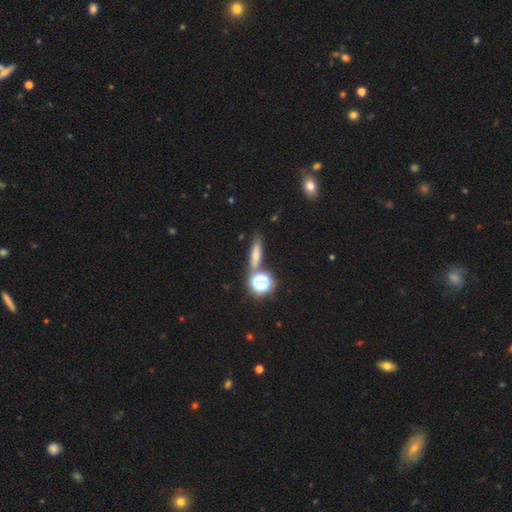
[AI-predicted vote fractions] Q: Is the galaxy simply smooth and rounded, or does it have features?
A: smooth — 64%.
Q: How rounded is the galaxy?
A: cigar-shaped — 57%.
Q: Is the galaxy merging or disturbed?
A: none — 70%.